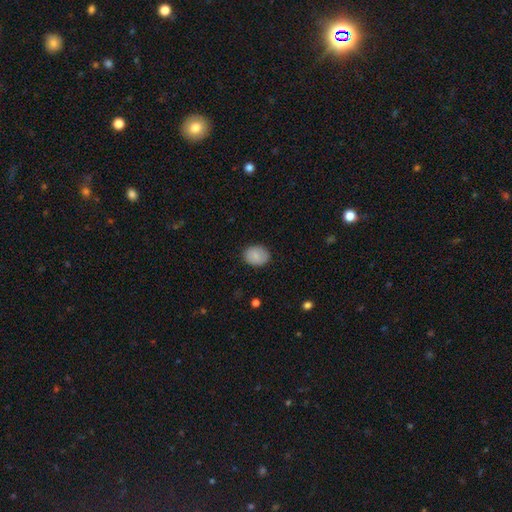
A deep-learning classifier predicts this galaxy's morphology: The model was most divided on "how rounded": in between: 55%, round: 44%, cigar-shaped: 1%. More confident: smooth or featured — smooth (88%); merging — none (87%).